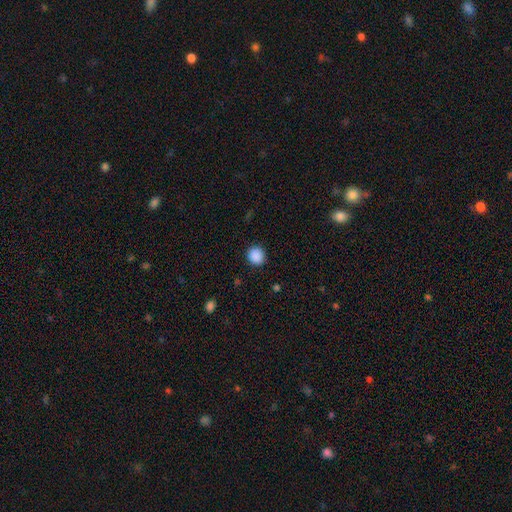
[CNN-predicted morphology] Q: Smooth or featured?
A: smooth (89%); runner-up: star or artifact (9%)
Q: How rounded?
A: round (88%); runner-up: in between (11%)
Q: Merging?
A: none (91%); runner-up: minor disturbance (6%)